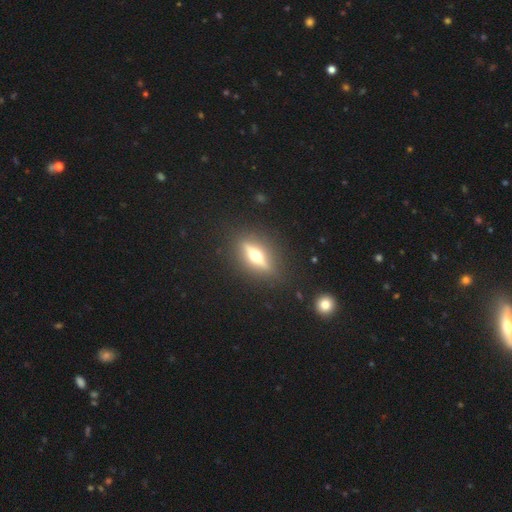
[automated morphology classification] smooth_or_featured: featured or disk (p=0.70) [alt: smooth p=0.22]
disk_edge_on: yes (p=0.90) [alt: no p=0.10]
edge_on_bulge: rounded (p=0.96) [alt: boxy p=0.03]
merging: none (p=0.87) [alt: minor disturbance p=0.08]